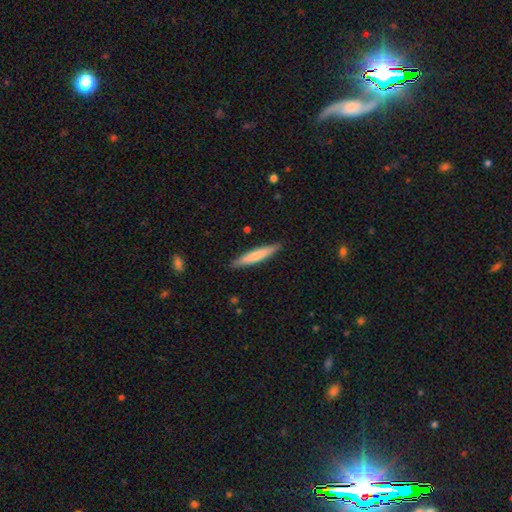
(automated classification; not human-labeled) Smooth or featured? Predicted: smooth (p=0.70). How rounded? Predicted: cigar-shaped (p=0.94). Merging? Predicted: none (p=0.89).